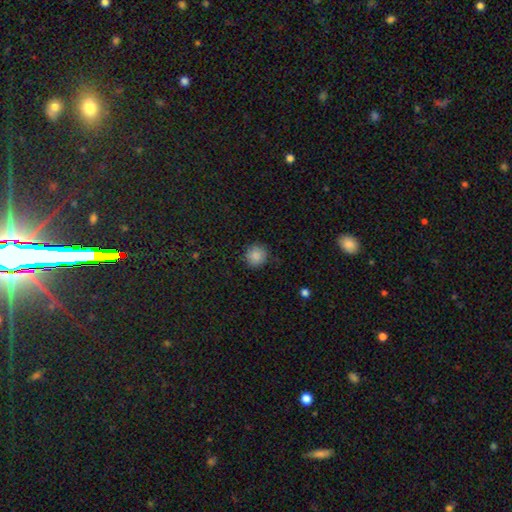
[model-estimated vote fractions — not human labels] Q: Smooth or featured?
A: smooth (87%); runner-up: star or artifact (9%)
Q: How rounded?
A: round (91%); runner-up: in between (8%)
Q: Merging?
A: none (88%); runner-up: minor disturbance (9%)